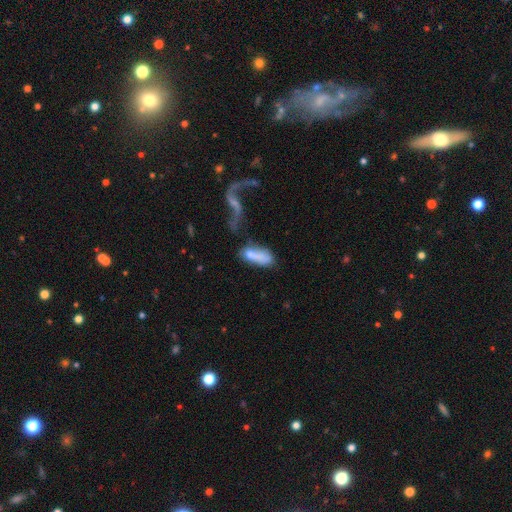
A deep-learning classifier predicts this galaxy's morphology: Smooth or featured?
  - smooth: 66% *
  - featured or disk: 26%
  - star or artifact: 8%
How rounded?
  - in between: 75% *
  - cigar-shaped: 22%
  - round: 3%
Merging?
  - merger: 37% *
  - major disturbance: 25%
  - none: 21%
  - minor disturbance: 16%